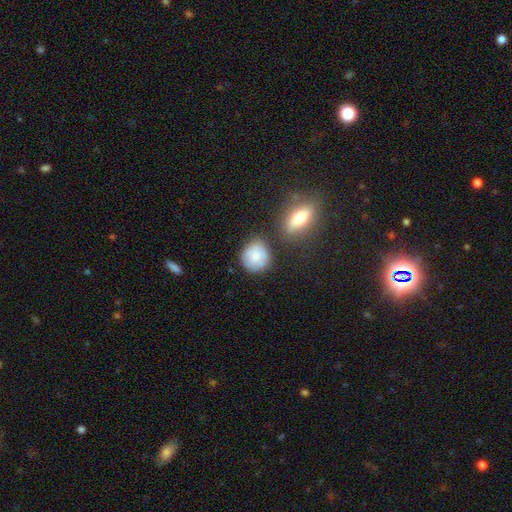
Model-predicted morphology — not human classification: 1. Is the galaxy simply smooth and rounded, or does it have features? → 73% smooth, 20% featured or disk, 8% star or artifact.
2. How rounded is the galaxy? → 83% round, 15% in between, 1% cigar-shaped.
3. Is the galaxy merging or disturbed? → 63% none, 21% minor disturbance, 11% merger, 6% major disturbance.